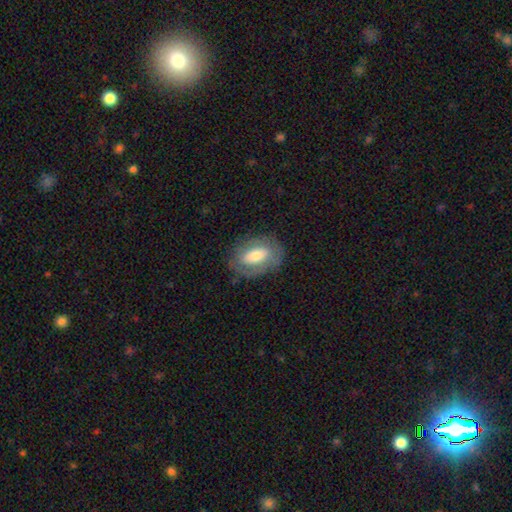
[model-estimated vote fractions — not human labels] Morphology: type=smooth (50%); roundness=in between (85%); merging=none (76%).